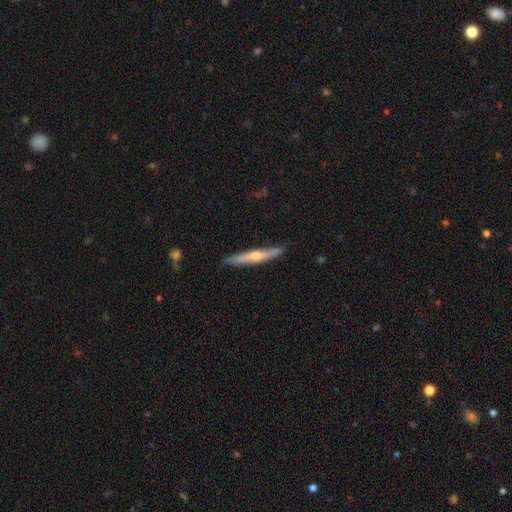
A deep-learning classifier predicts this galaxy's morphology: Overall: featured or disk (63%; smooth 31%). Edge-on disk: yes (94%). Edge-on bulge: rounded (83%). Merging: none (87%).